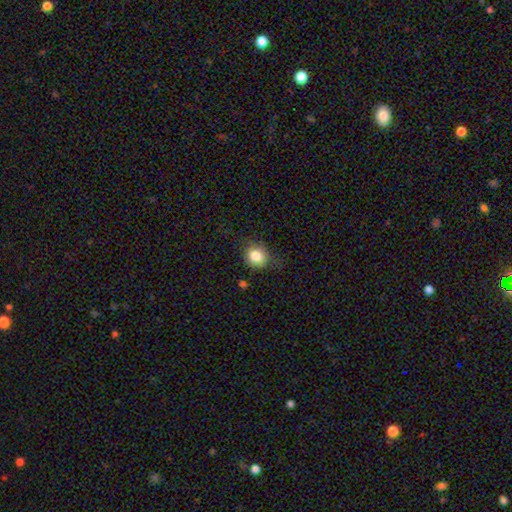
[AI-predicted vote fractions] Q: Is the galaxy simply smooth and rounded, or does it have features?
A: smooth — 82%.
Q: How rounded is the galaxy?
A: round — 70%.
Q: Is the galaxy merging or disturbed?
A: none — 66%.